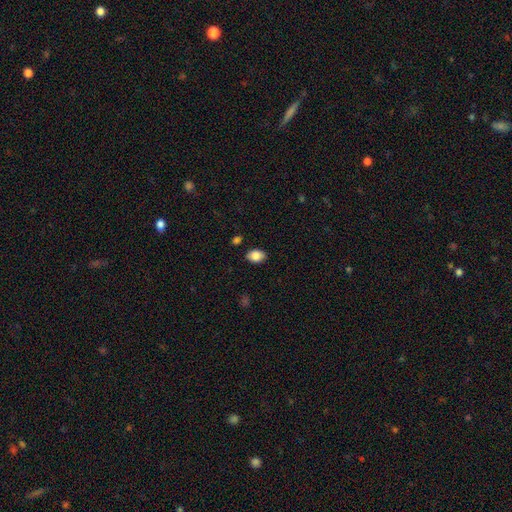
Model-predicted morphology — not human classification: This appears to be a smooth galaxy with no disk features (85%) that is in between round and cigar-shaped (80%). Merging: none (85%).